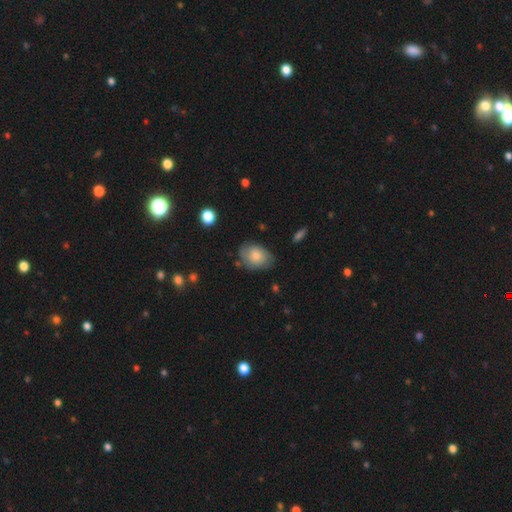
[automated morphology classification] smooth_or_featured: smooth (p=0.69) [alt: featured or disk p=0.24]
how_rounded: in between (p=0.75) [alt: round p=0.24]
merging: none (p=0.69) [alt: minor disturbance p=0.23]